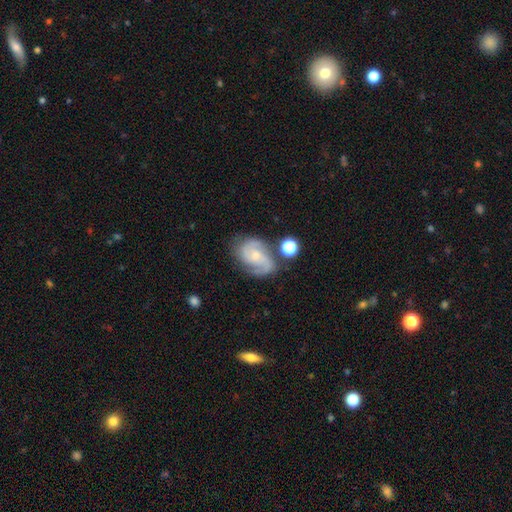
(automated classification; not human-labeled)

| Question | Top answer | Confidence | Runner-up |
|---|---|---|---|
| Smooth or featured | featured or disk | 84% | smooth (9%) |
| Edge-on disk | no | 98% | yes (2%) |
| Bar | no | 58% | weak (35%) |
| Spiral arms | yes | 97% | no (3%) |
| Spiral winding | medium | 51% | tight (35%) |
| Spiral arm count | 2 | 73% | 3 (12%) |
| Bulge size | small | 55% | moderate (37%) |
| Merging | none | 66% | minor disturbance (19%) |